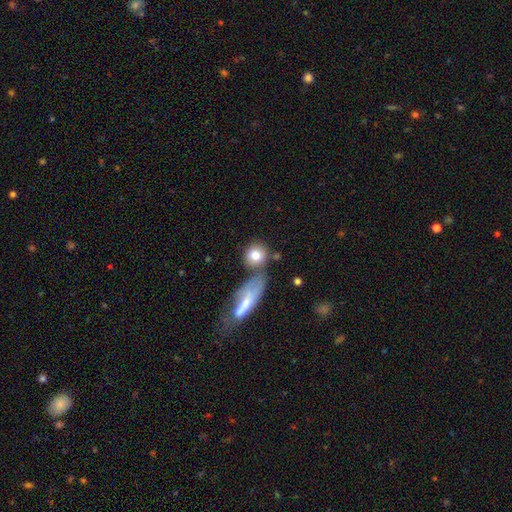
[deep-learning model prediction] Smooth or featured? smooth (79%)
How rounded? round (74%)
Merging? none (53%)